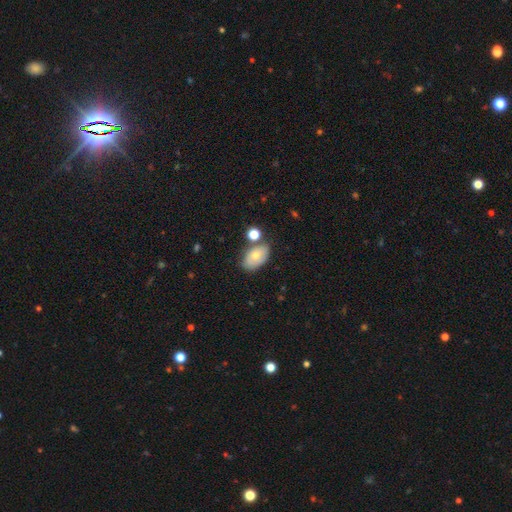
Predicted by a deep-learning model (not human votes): A smooth galaxy with no disk features (72%) that is in between round and cigar-shaped (90%). Merging: none (64%).